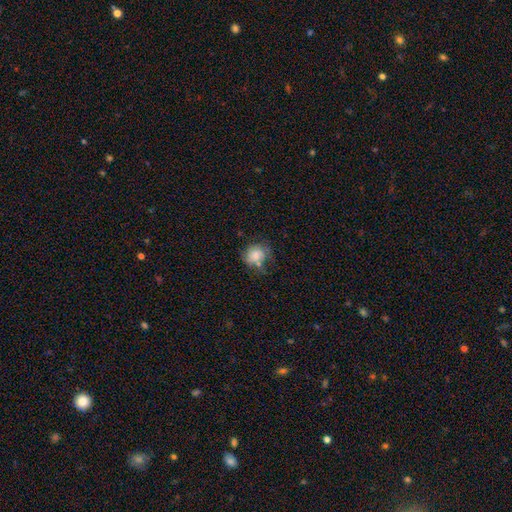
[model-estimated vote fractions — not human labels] A smooth galaxy with no disk features (70%) that is round (69%).

Vote fractions:
- Smooth or featured? smooth: 70% / featured or disk: 18% / star or artifact: 11%
- How rounded? round: 69% / in between: 30% / cigar-shaped: 1%
- Merging? none: 50% / minor disturbance: 26% / major disturbance: 13% / merger: 11%